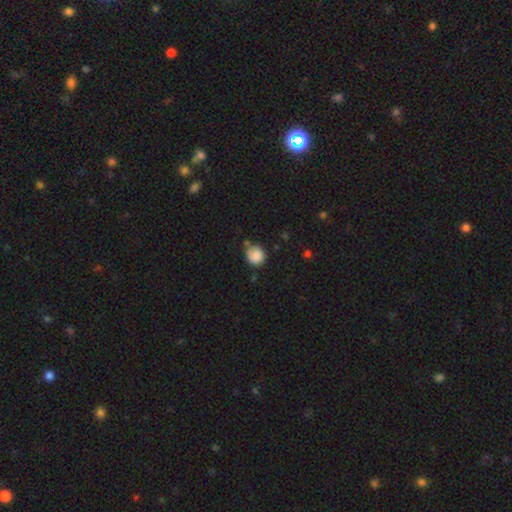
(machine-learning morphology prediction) smooth-or-featured: smooth: 85% | star or artifact: 8% | featured or disk: 7%
  how-rounded: round: 84% | in between: 15% | cigar-shaped: 1%
  merging: none: 60% | minor disturbance: 26% | merger: 8% | major disturbance: 6%